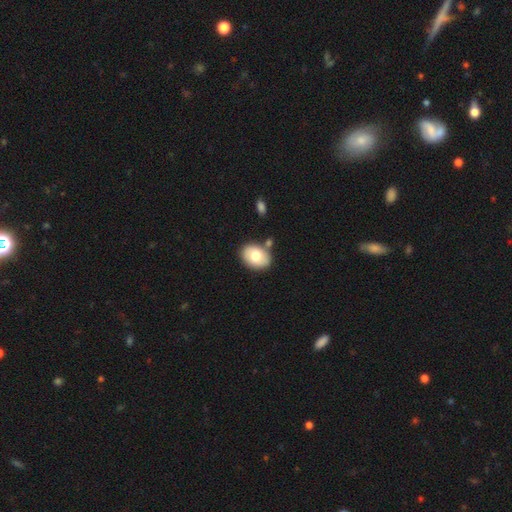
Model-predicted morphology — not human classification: type=smooth (72%); roundness=in between (72%); merging=none (76%).